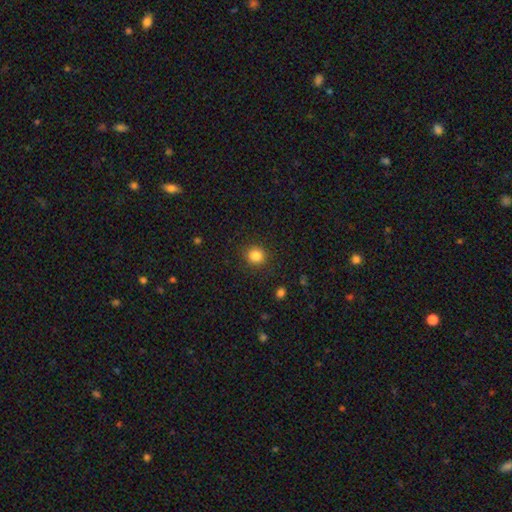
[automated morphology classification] Smooth or featured: smooth — 84% (star or artifact — 11%)
How rounded: round — 88% (in between — 11%)
Merging: none — 89% (minor disturbance — 7%)